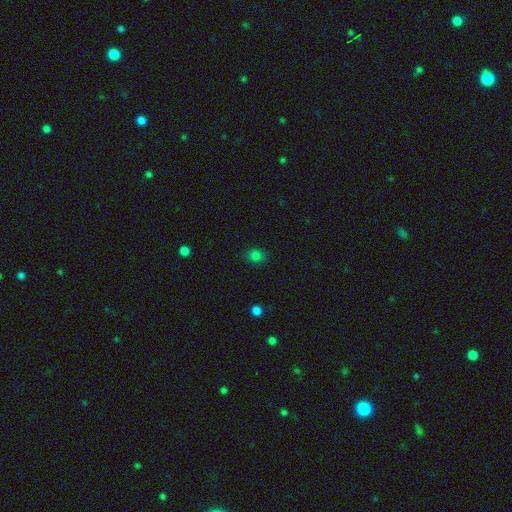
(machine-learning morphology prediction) smooth 79%, star or artifact 16%, featured or disk 5%. Down the decision tree: how rounded — round (51%); merging — none (85%).